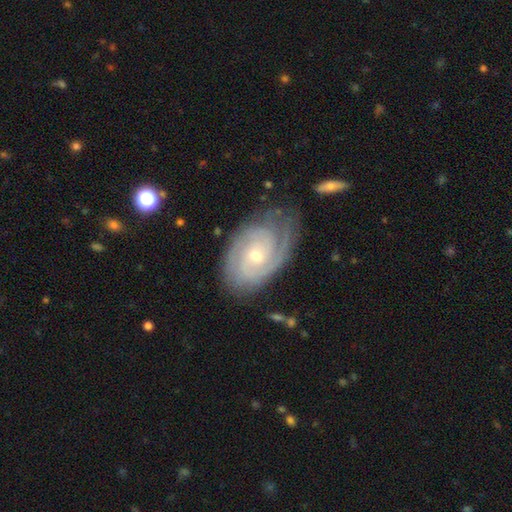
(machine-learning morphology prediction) Smooth or featured? Predicted: featured or disk (p=0.88). Edge-on disk? Predicted: no (p=0.96). Bar? Predicted: no (p=0.69). Spiral arms? Predicted: yes (p=0.97). Spiral winding? Predicted: tight (p=0.73). Spiral arm count? Predicted: 2 (p=0.32). Bulge size? Predicted: small (p=0.59). Merging? Predicted: none (p=0.71).